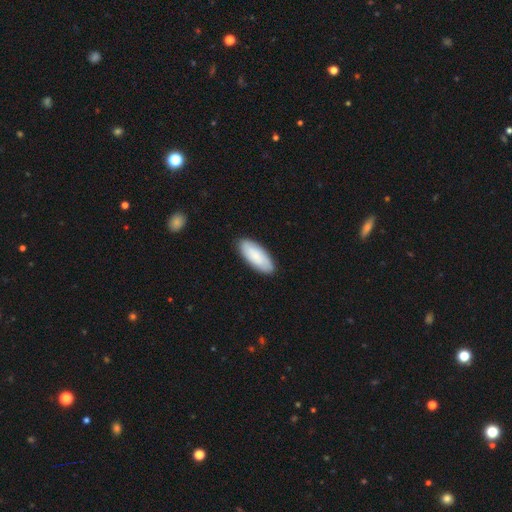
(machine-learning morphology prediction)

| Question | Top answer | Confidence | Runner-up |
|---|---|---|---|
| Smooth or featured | smooth | 76% | featured or disk (18%) |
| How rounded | in between | 80% | cigar-shaped (18%) |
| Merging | none | 88% | minor disturbance (9%) |